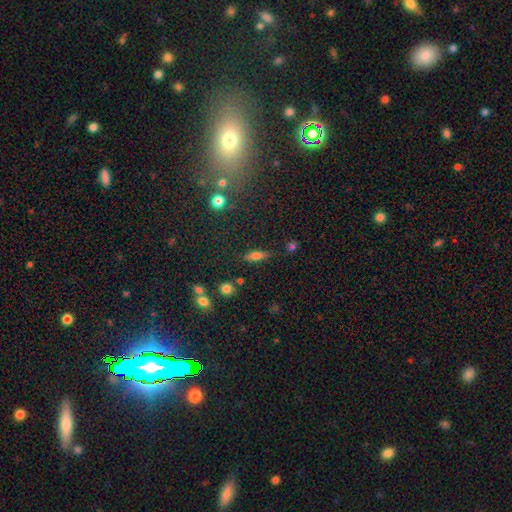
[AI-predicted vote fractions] A smooth galaxy with no disk features (64%) that is in between round and cigar-shaped (54%). Merging: none (78%).